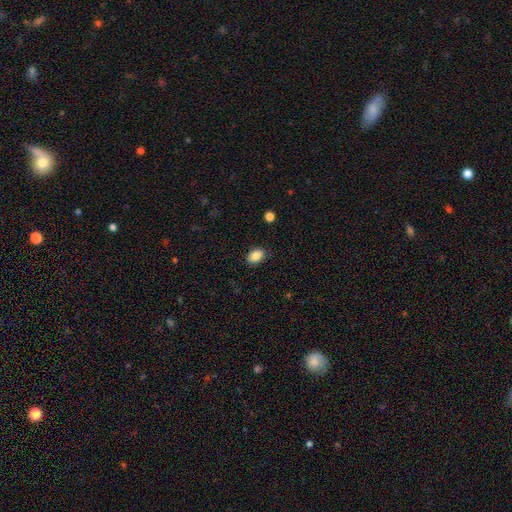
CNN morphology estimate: This appears to be a smooth galaxy with no disk features (87%) that is in between round and cigar-shaped (82%). Merging: none (86%).